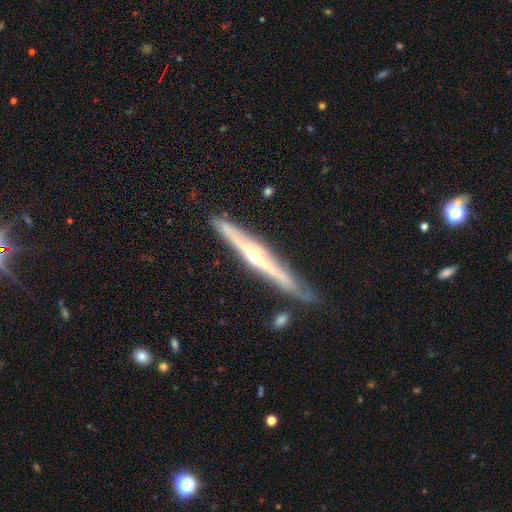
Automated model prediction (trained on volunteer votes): A featured or disk galaxy (80%) viewed edge-on (97%) with a rounded central bulge (85%). Merging: none (80%).